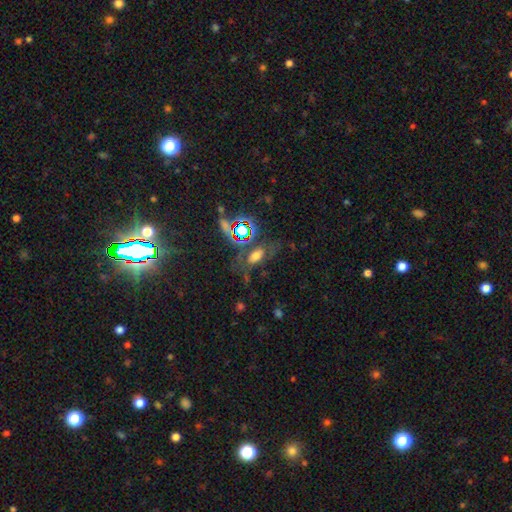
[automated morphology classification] Q: Smooth or featured?
A: smooth (47%); runner-up: star or artifact (31%)
Q: Merging?
A: none (59%); runner-up: minor disturbance (19%)